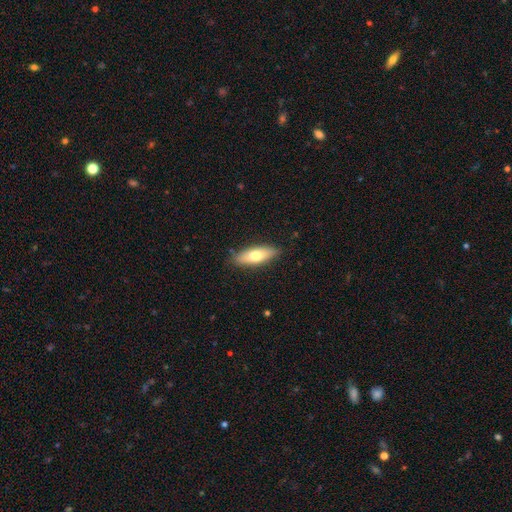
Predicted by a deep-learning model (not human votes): Overall: smooth (67%). How rounded: in between (63%; cigar-shaped 34%). Merging: none (85%).